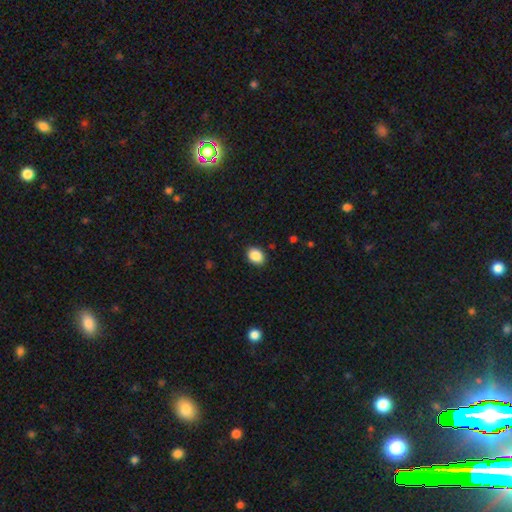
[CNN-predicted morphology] smooth 89%, star or artifact 8%, featured or disk 3%. Down the decision tree: how rounded — in between (67%); merging — none (89%).